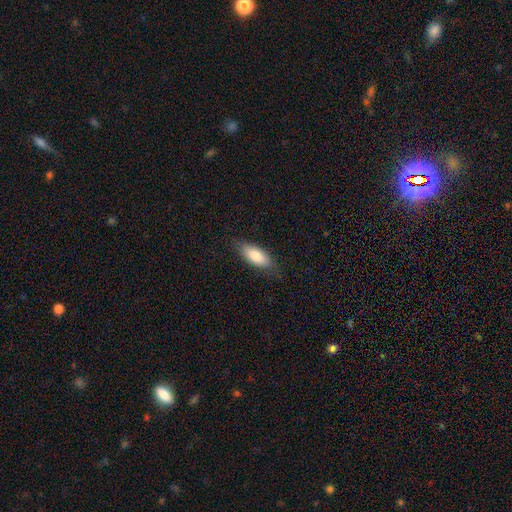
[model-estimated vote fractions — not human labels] This appears to be a smooth galaxy with no disk features (83%) that is in between round and cigar-shaped (82%). Merging: none (78%).